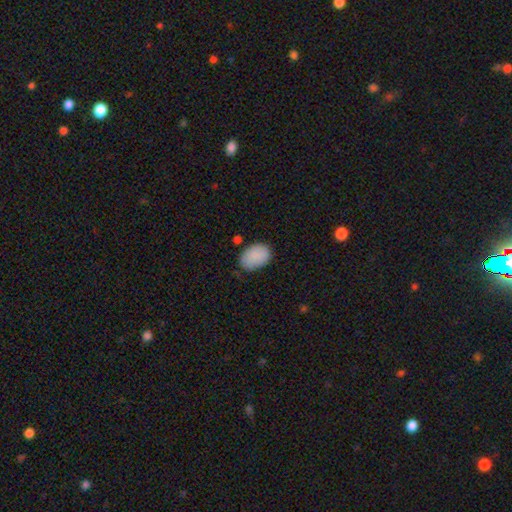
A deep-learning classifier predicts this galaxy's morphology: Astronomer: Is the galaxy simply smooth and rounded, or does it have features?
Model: smooth — 88%.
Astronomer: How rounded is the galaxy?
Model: in between — 84%.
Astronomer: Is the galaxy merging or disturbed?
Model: none — 71%.